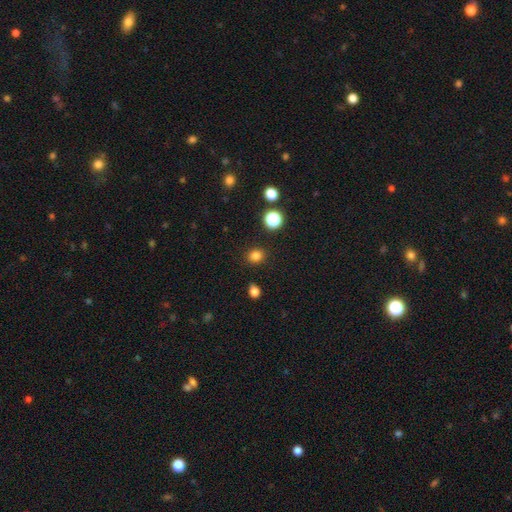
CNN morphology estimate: The model was most divided on "how rounded": round: 70%, in between: 29%, cigar-shaped: 1%. More confident: merging — none (88%); smooth or featured — smooth (82%).